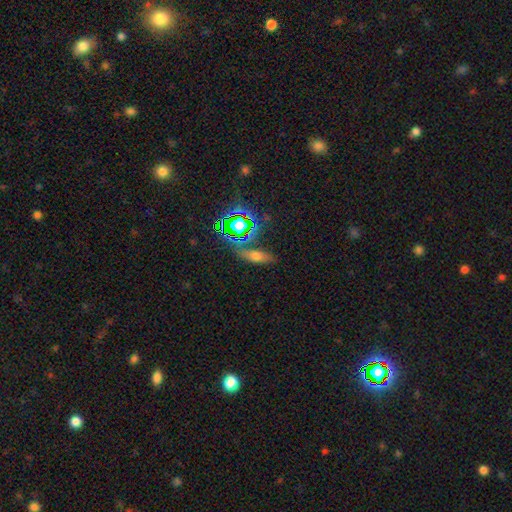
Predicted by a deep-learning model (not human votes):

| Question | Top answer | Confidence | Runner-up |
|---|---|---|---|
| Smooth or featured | smooth | 52% | star or artifact (27%) |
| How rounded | in between | 56% | cigar-shaped (36%) |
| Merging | none | 74% | minor disturbance (15%) |